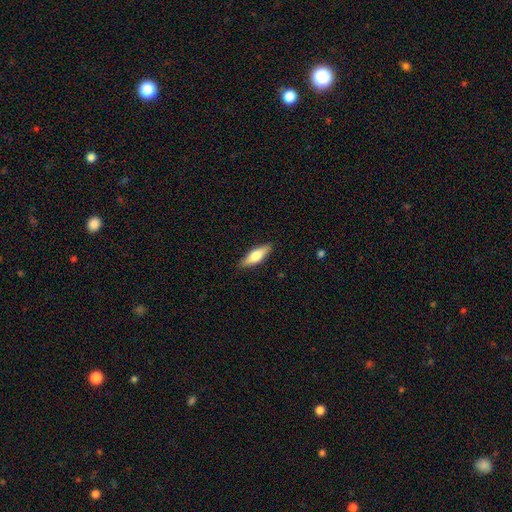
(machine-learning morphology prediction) This appears to be a smooth galaxy with no disk features (65%) that is in between round and cigar-shaped (50%). Merging: none (88%).